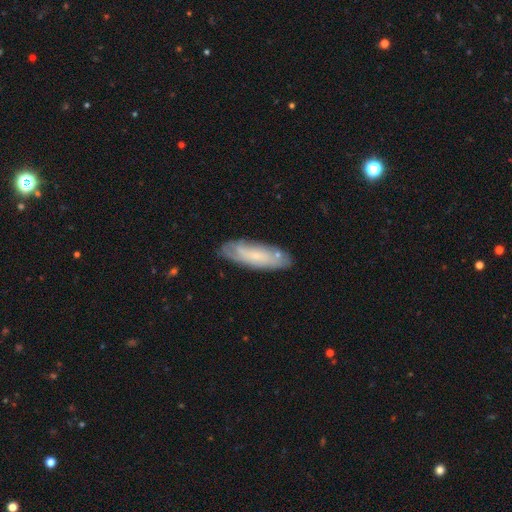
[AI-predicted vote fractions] A smooth galaxy with no disk features (50%) that is in between round and cigar-shaped (50%).

Vote fractions:
- Smooth or featured? smooth: 50% / featured or disk: 43% / star or artifact: 7%
- How rounded? in between: 50% / cigar-shaped: 48% / round: 2%
- Merging? none: 76% / minor disturbance: 17% / major disturbance: 4% / merger: 3%